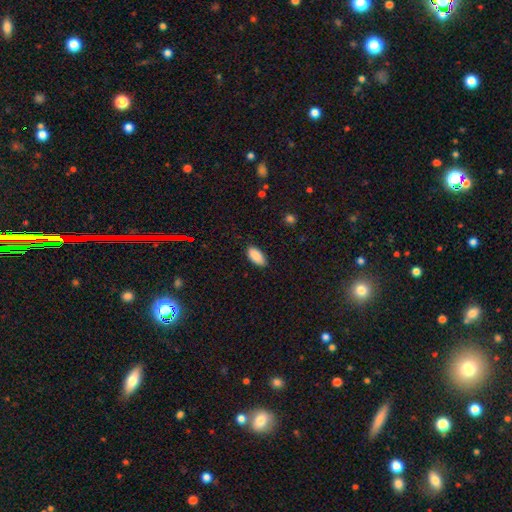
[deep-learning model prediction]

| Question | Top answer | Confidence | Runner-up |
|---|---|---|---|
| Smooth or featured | smooth | 89% | star or artifact (7%) |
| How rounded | in between | 93% | cigar-shaped (5%) |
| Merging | none | 86% | minor disturbance (11%) |